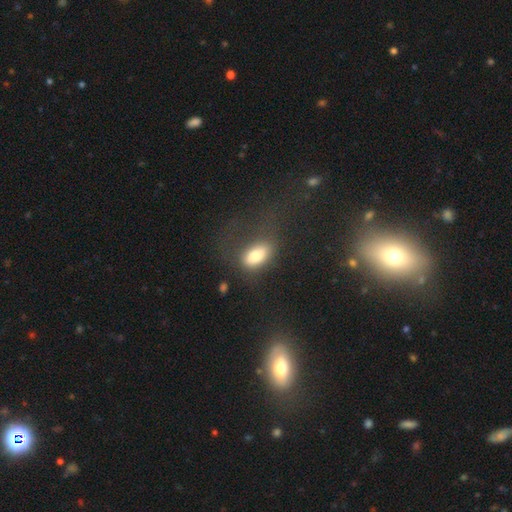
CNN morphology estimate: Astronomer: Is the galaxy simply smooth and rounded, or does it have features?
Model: smooth — 78%.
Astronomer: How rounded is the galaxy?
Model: in between — 89%.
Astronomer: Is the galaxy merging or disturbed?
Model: none — 45% (runner-up: major disturbance, 30%).